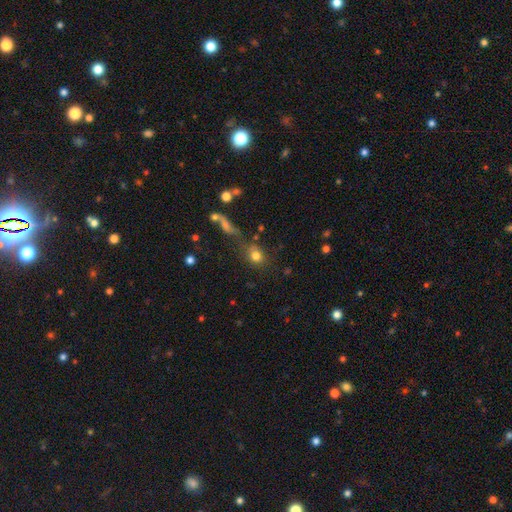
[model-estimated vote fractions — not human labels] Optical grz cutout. It shows a smooth galaxy with no disk features (78%) that is round (64%). Merging: none (64%).